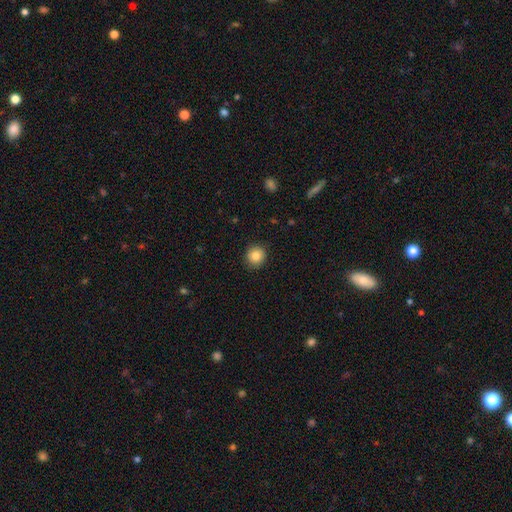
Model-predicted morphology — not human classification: Q: Smooth or featured?
A: smooth (84%); runner-up: star or artifact (10%)
Q: How rounded?
A: round (90%); runner-up: in between (9%)
Q: Merging?
A: none (90%); runner-up: minor disturbance (7%)